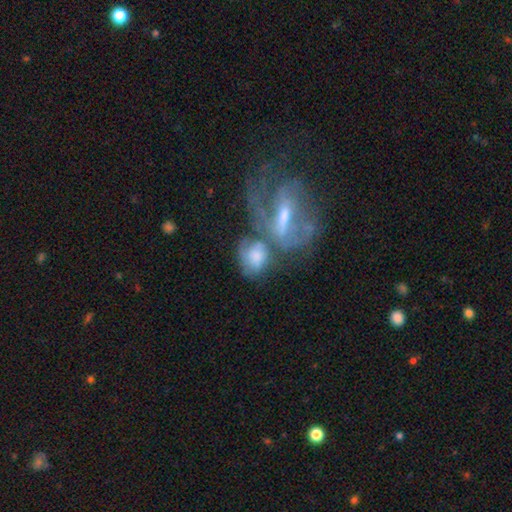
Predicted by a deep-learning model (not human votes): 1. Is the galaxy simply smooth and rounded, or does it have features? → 47% featured or disk, 45% smooth, 9% star or artifact.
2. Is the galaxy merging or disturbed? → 47% merger, 25% none, 15% major disturbance, 13% minor disturbance.